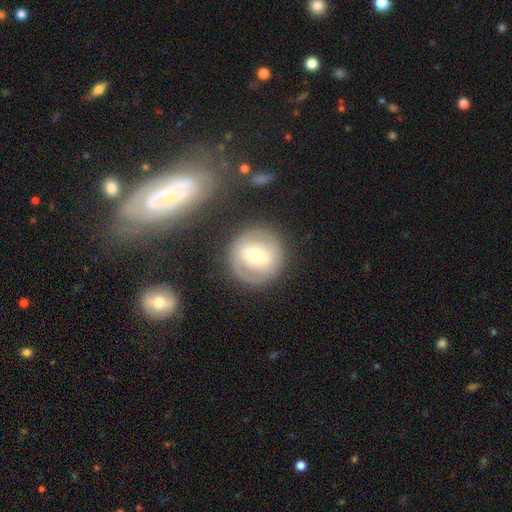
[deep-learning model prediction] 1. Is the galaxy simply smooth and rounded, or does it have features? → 50% featured or disk, 43% smooth, 7% star or artifact.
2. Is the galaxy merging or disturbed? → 81% none, 10% minor disturbance, 5% major disturbance, 4% merger.